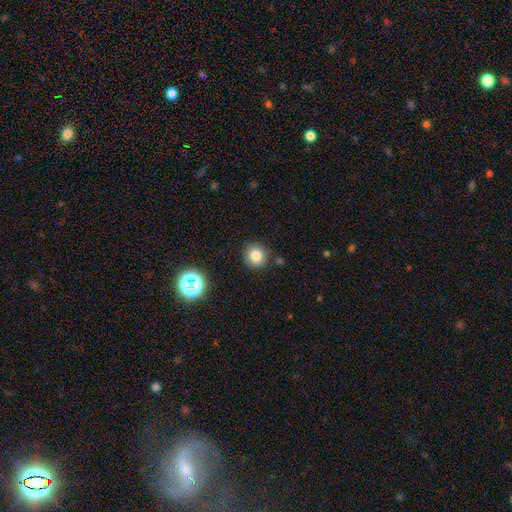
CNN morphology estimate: smooth_or_featured: smooth (p=0.81) [alt: star or artifact p=0.13]
how_rounded: round (p=0.88) [alt: in between p=0.11]
merging: none (p=0.86) [alt: minor disturbance p=0.08]